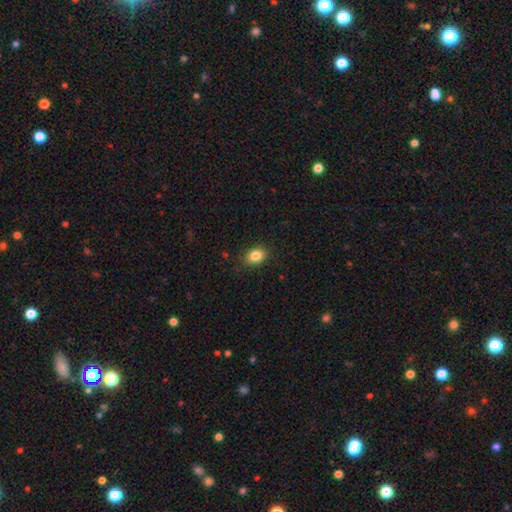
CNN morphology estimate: This appears to be a smooth galaxy with no disk features (85%) that is in between round and cigar-shaped (71%). Merging: none (87%).